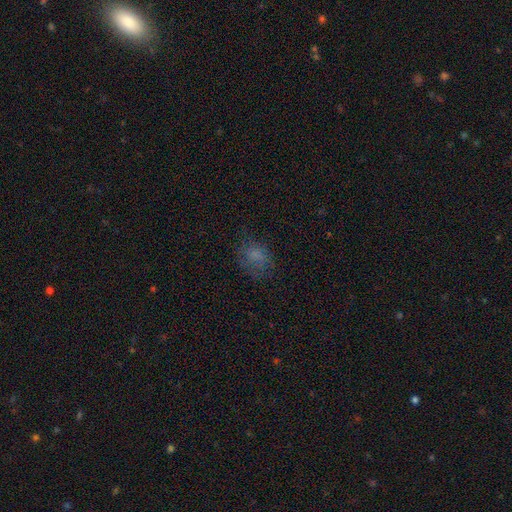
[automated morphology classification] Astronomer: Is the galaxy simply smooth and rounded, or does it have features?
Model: smooth — 68%.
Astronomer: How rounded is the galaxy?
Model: in between — 51% (runner-up: round, 48%).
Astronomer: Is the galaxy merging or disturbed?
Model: none — 63%.